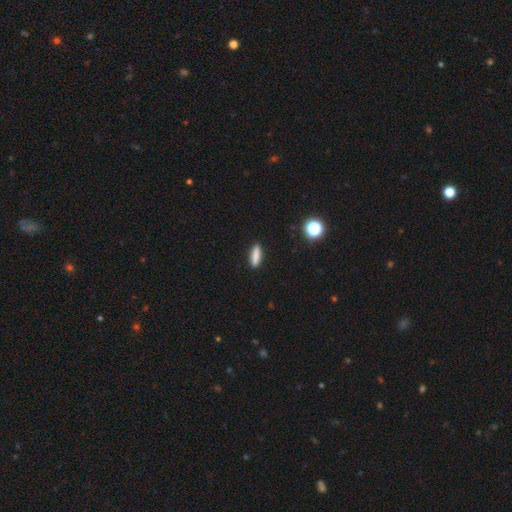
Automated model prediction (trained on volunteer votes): smooth-or-featured: smooth: 82% | featured or disk: 9% | star or artifact: 8%
  how-rounded: cigar-shaped: 71% | in between: 26% | round: 3%
  merging: none: 90% | minor disturbance: 7% | major disturbance: 2% | merger: 1%